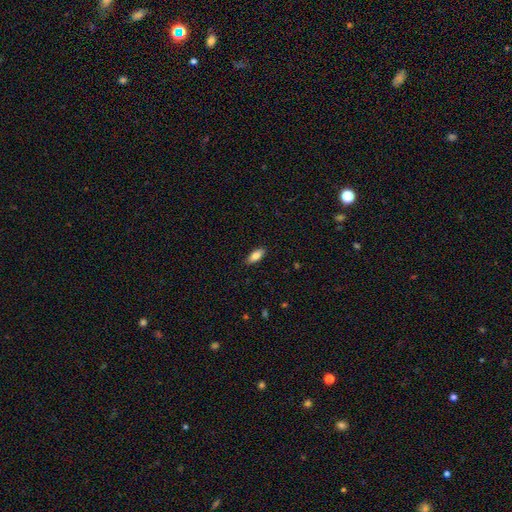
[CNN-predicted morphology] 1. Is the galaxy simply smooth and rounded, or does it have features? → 82% smooth, 11% featured or disk, 7% star or artifact.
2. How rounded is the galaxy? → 83% in between, 15% cigar-shaped, 2% round.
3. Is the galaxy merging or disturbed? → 89% none, 8% minor disturbance, 2% major disturbance, 1% merger.